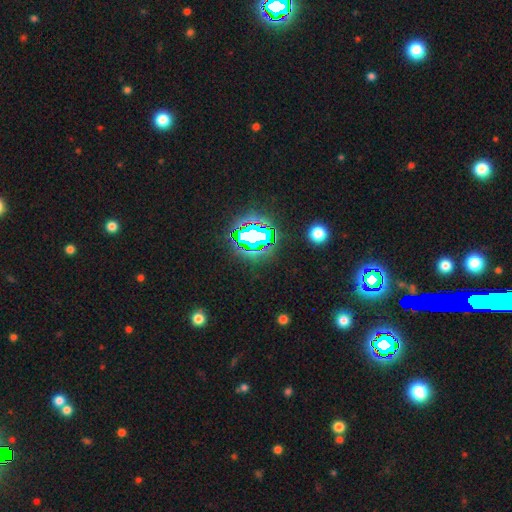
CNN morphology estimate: A star or artifact, not a galaxy (81%).